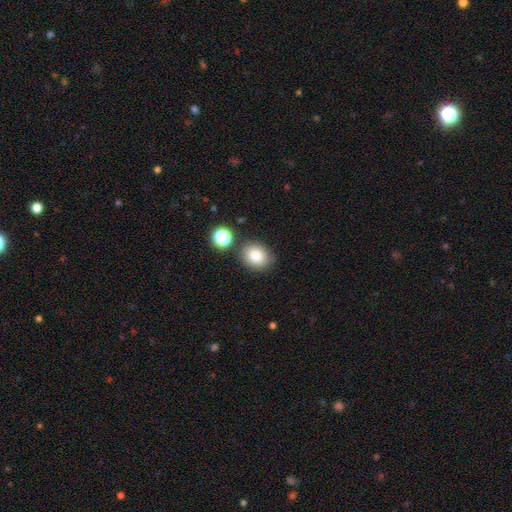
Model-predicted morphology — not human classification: This is clearly a smooth galaxy (84%). How rounded: possibly round (54%). Merging: likely none (80%).